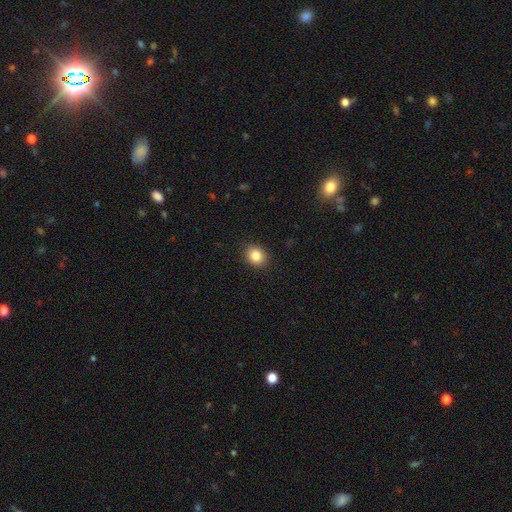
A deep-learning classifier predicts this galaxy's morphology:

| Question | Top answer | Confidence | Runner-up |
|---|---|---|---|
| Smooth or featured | smooth | 84% | star or artifact (10%) |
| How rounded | round | 67% | in between (32%) |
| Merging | none | 90% | minor disturbance (7%) |